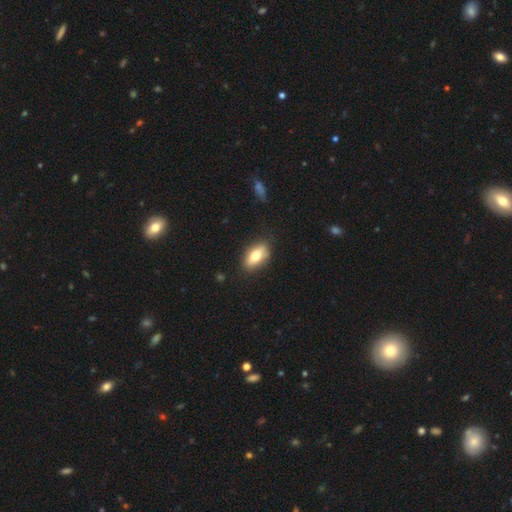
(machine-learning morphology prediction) Smooth or featured? smooth (70%)
How rounded? in between (87%)
Merging? none (83%)